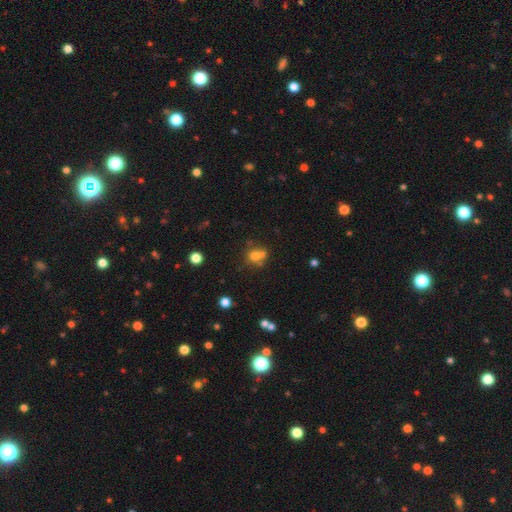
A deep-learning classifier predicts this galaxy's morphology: This appears to be a smooth galaxy with no disk features (69%) that is round (75%). Merging: none (43%).